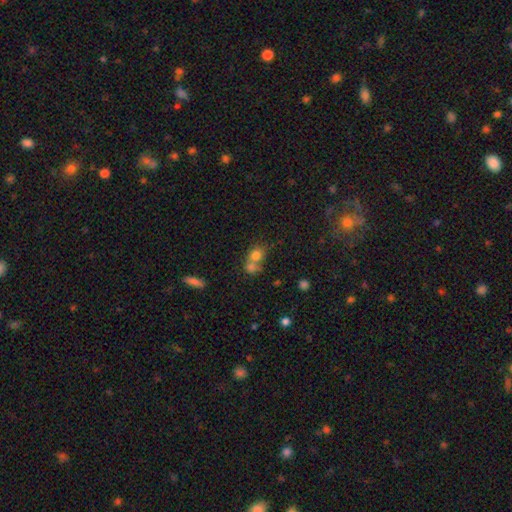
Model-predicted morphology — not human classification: A smooth galaxy with no disk features (76%) that is round (65%).

Vote fractions:
- Smooth or featured? smooth: 76% / star or artifact: 12% / featured or disk: 12%
- How rounded? round: 65% / in between: 33% / cigar-shaped: 2%
- Merging? merger: 59% / none: 30% / minor disturbance: 7% / major disturbance: 4%